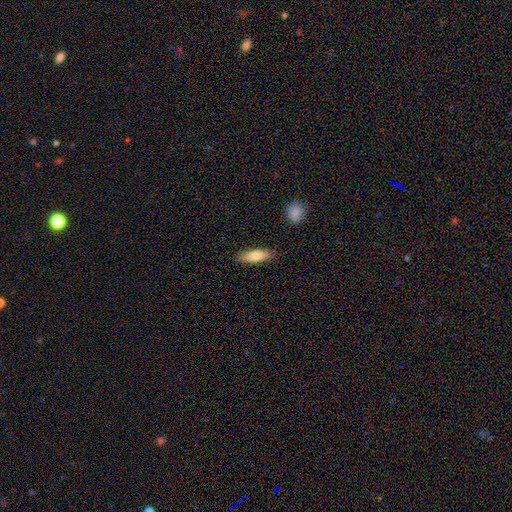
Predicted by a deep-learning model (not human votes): A smooth galaxy with no disk features (73%) that is in between round and cigar-shaped (52%).

Vote fractions:
- Smooth or featured? smooth: 73% / featured or disk: 21% / star or artifact: 6%
- How rounded? in between: 52% / cigar-shaped: 46% / round: 2%
- Merging? none: 87% / minor disturbance: 10% / major disturbance: 2% / merger: 2%